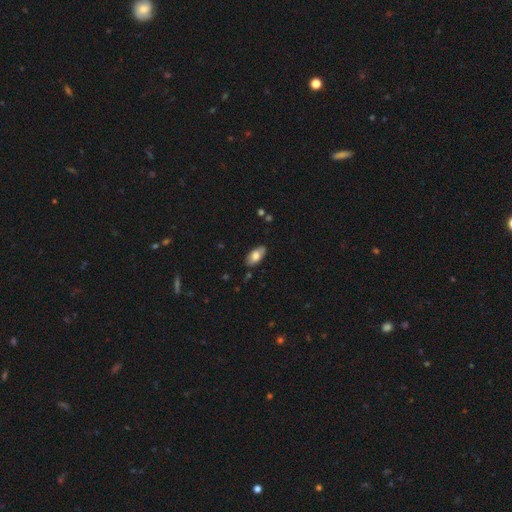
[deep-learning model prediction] Smooth or featured? Predicted: smooth (p=0.75). How rounded? Predicted: in between (p=0.92). Merging? Predicted: none (p=0.81).